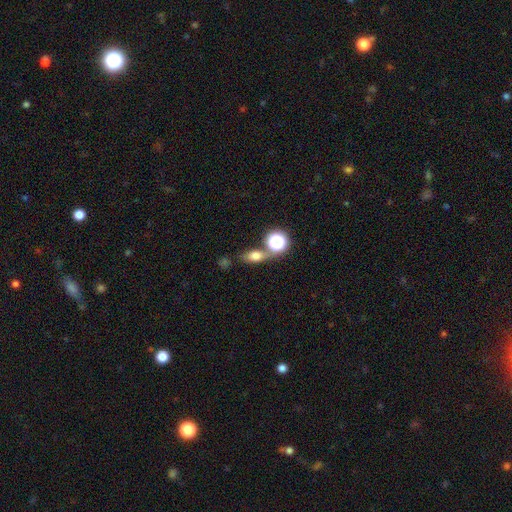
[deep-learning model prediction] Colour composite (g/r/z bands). It shows a smooth galaxy with no disk features (66%) that is in between round and cigar-shaped (68%). Merging: none (65%).